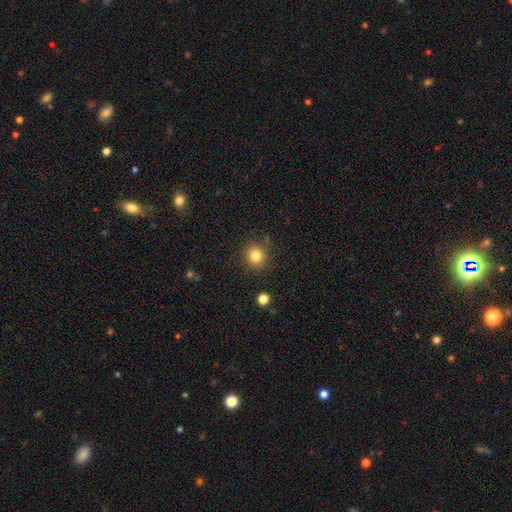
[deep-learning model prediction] Morphology: type=smooth (82%); roundness=round (89%); merging=none (88%).